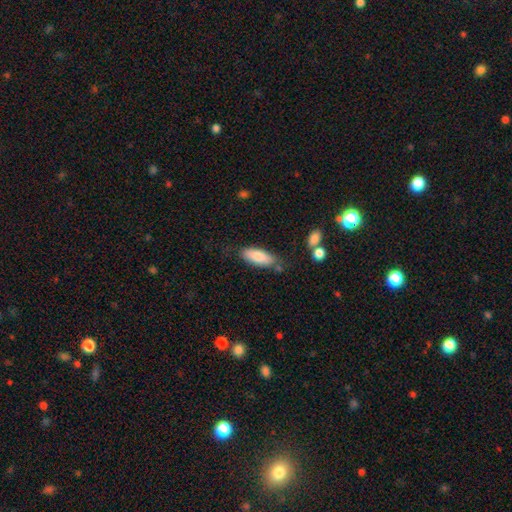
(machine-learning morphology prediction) smooth-or-featured: smooth: 80% | featured or disk: 12% | star or artifact: 8%
  how-rounded: in between: 67% | cigar-shaped: 31% | round: 2%
  merging: none: 72% | minor disturbance: 19% | major disturbance: 5% | merger: 4%